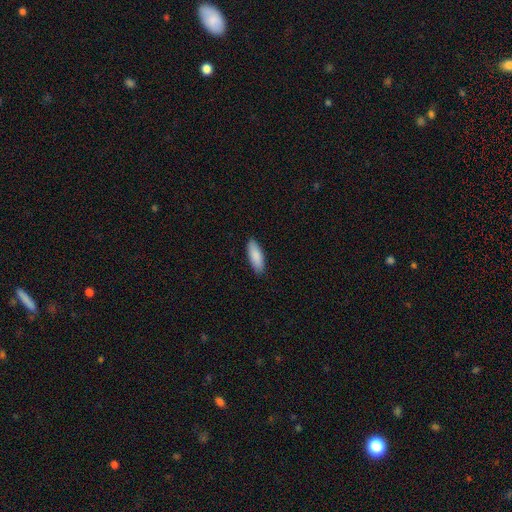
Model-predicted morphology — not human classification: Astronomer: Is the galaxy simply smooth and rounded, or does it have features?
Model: smooth — 88%.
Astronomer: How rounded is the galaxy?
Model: in between — 63%.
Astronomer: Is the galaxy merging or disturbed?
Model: none — 89%.